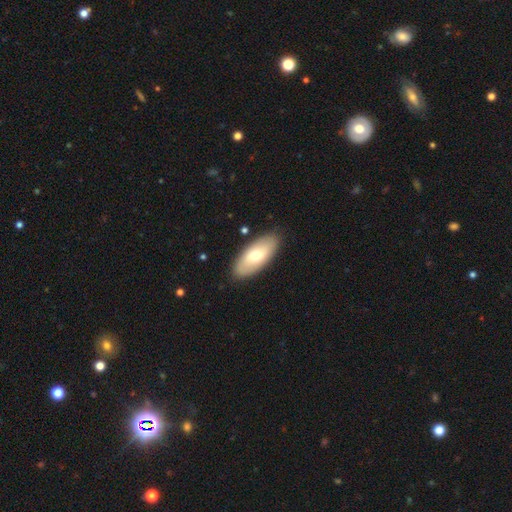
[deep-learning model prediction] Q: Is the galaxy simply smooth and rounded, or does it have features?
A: smooth — 66%.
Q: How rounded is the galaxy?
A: in between — 88%.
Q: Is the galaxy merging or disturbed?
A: none — 88%.